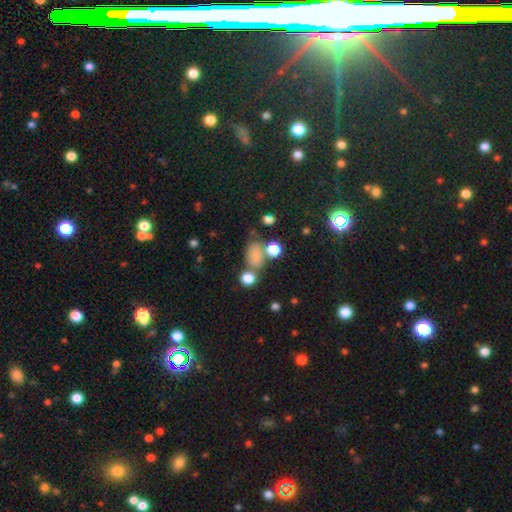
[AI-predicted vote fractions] This is likely a smooth galaxy (73%). How rounded: likely in between (74%). Merging: possibly none (54%).